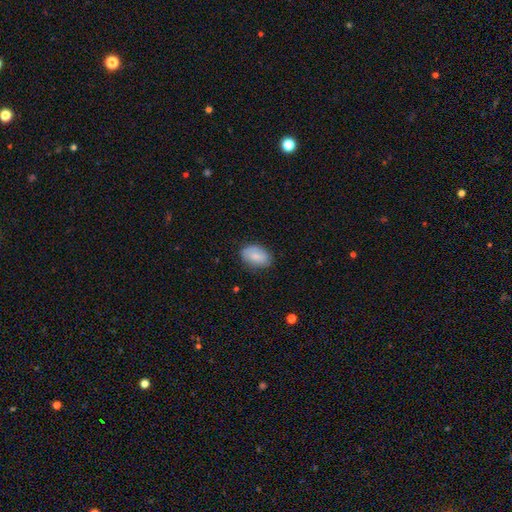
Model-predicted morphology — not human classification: Smooth or featured? smooth (82%)
How rounded? in between (89%)
Merging? none (78%)